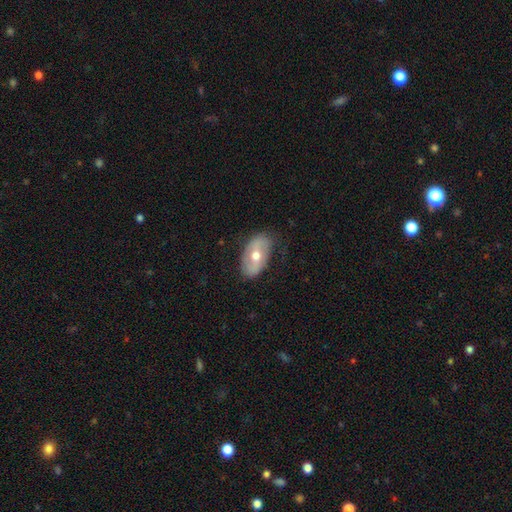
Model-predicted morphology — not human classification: smooth_or_featured: featured or disk (p=0.48) [alt: smooth p=0.46]
merging: none (p=0.74) [alt: minor disturbance p=0.20]